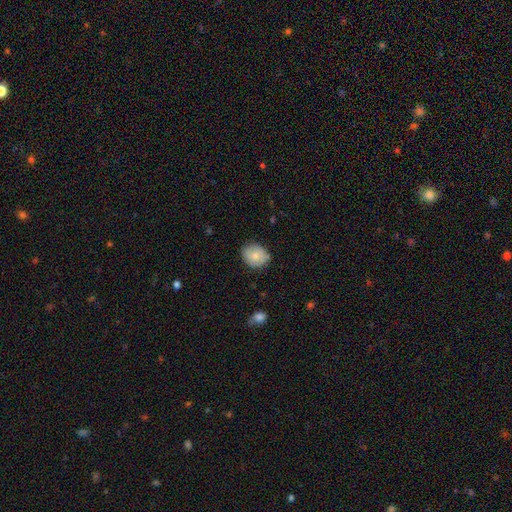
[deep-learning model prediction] This appears to be a smooth galaxy with no disk features (70%) that is round (62%). Merging: none (77%).